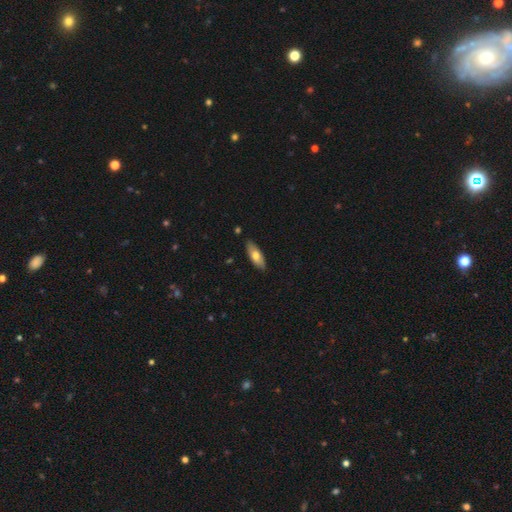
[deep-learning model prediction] Q: Smooth or featured?
A: smooth (67%); runner-up: featured or disk (27%)
Q: How rounded?
A: in between (72%); runner-up: cigar-shaped (26%)
Q: Merging?
A: none (85%); runner-up: minor disturbance (12%)